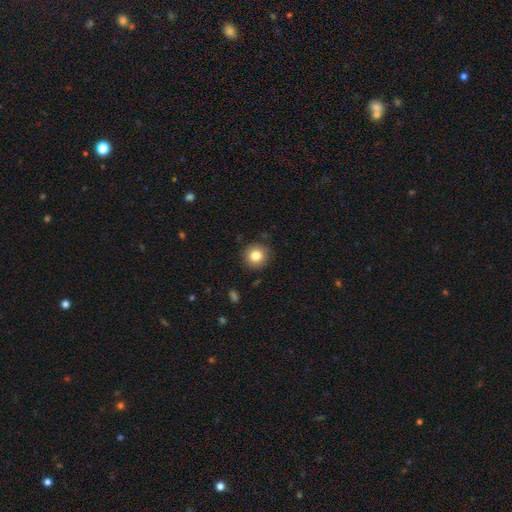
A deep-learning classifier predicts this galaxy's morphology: smooth 83%, star or artifact 10%, featured or disk 7%. Down the decision tree: how rounded — round (92%); merging — none (89%).